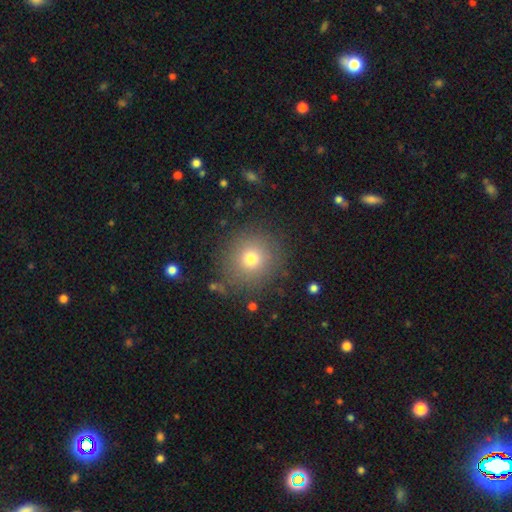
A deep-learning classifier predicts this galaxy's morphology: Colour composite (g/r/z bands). It shows a smooth galaxy with no disk features (66%) that is round (93%). Merging: none (88%).